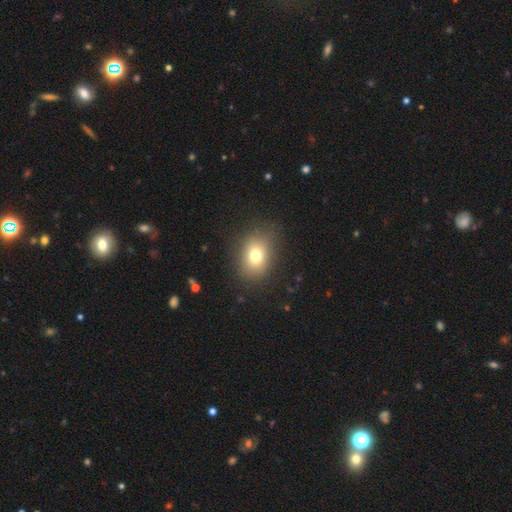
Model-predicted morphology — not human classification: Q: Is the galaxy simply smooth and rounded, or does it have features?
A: smooth — 76%.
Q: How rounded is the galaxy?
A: in between — 59%.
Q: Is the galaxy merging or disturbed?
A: none — 83%.